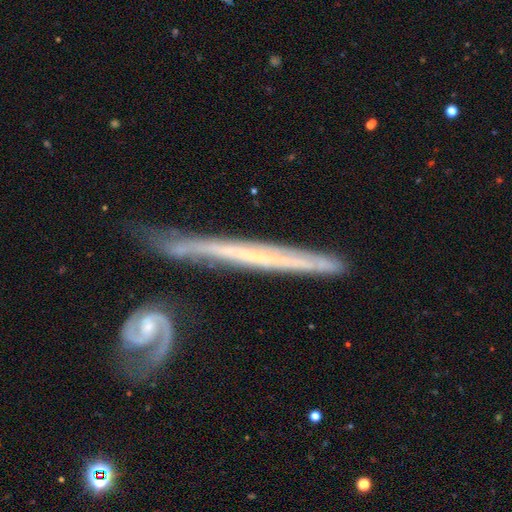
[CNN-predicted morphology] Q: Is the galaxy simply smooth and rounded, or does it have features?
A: featured or disk — 70%.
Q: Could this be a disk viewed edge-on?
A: yes — 85%.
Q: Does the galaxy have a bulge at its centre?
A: none — 86%.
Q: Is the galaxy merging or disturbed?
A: none — 60%.